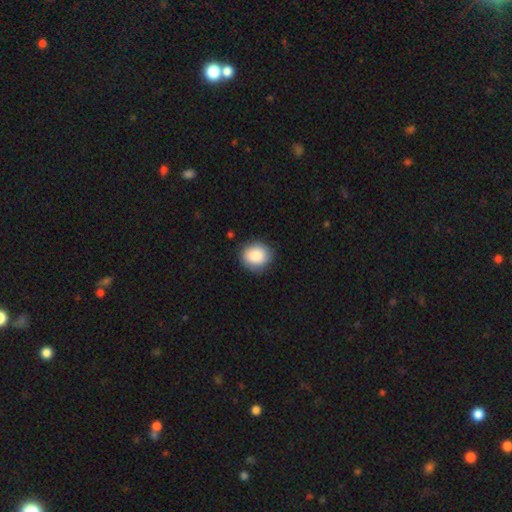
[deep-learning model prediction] Morphology: type=smooth (88%); roundness=round (79%); merging=none (86%).